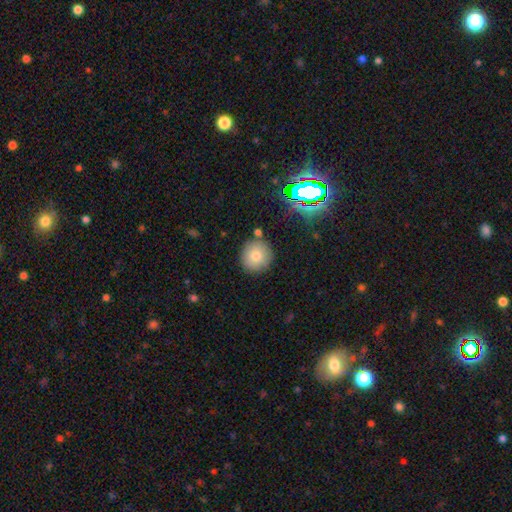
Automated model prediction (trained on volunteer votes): Morphology: type=smooth (77%); roundness=round (94%); merging=none (85%).